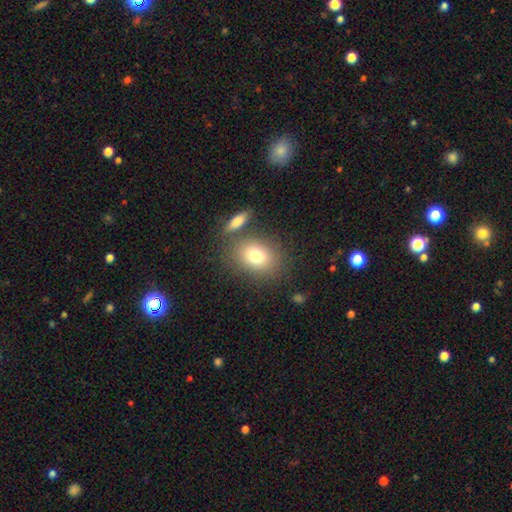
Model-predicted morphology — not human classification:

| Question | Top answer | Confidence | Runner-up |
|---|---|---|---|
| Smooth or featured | smooth | 77% | featured or disk (13%) |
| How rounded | in between | 65% | round (34%) |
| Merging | none | 70% | merger (14%) |